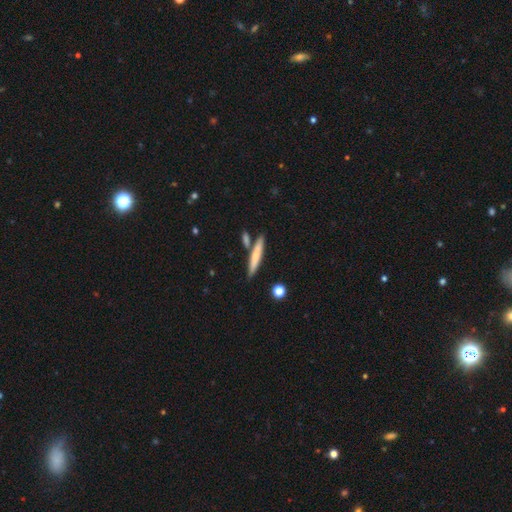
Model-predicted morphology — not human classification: A smooth galaxy with no disk features (66%) that is cigar-shaped (91%). Merging: none (75%).